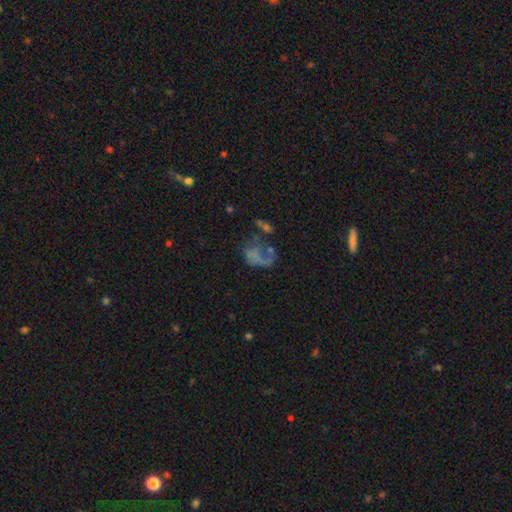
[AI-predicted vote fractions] A featured or disk galaxy (46%).

Vote fractions:
- Smooth or featured? featured or disk: 46% / smooth: 37% / star or artifact: 18%
- Merging? major disturbance: 44% / none: 27% / minor disturbance: 15% / merger: 14%